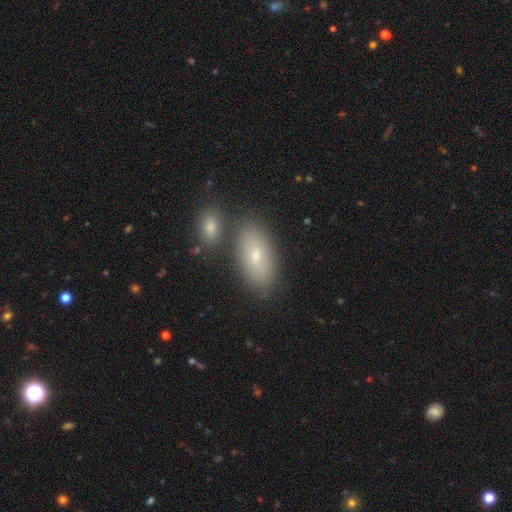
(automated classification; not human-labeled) Overall: smooth (73%). How rounded: in between (91%). Merging: none (73%).